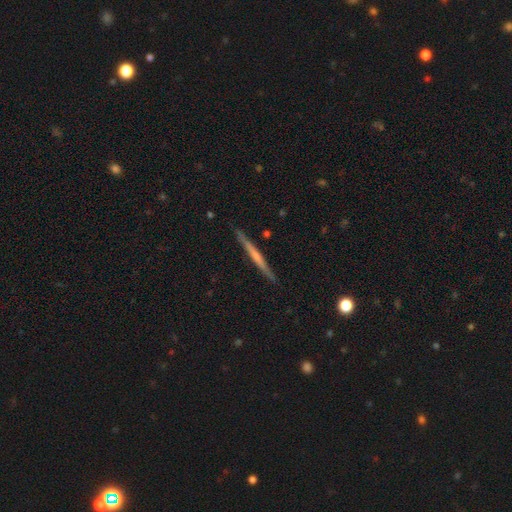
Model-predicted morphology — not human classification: smooth-or-featured: featured or disk: 58% | smooth: 37% | star or artifact: 5%
  disk-edge-on: yes: 98% | no: 2%
    edge-on-bulge: none: 70% | rounded: 20% | boxy: 9%
  merging: none: 90% | minor disturbance: 8% | major disturbance: 1% | merger: 1%